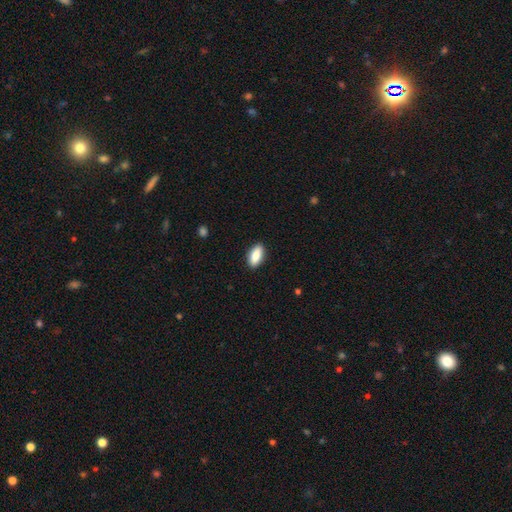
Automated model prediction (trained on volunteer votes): Smooth or featured?
  - smooth: 86% *
  - featured or disk: 7%
  - star or artifact: 6%
How rounded?
  - in between: 84% *
  - cigar-shaped: 13%
  - round: 3%
Merging?
  - none: 89% *
  - minor disturbance: 8%
  - major disturbance: 2%
  - merger: 1%